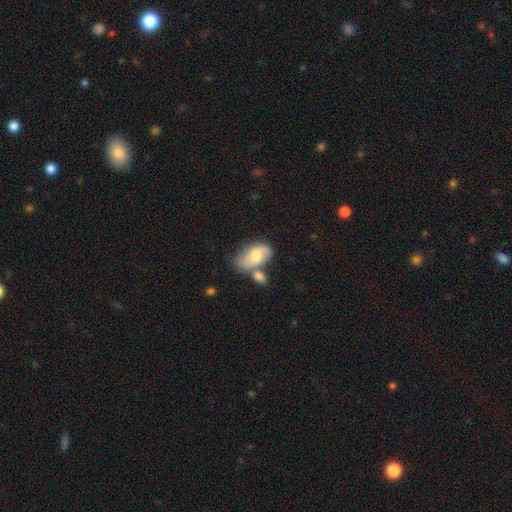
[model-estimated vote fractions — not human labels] Smooth or featured? smooth (54%)
How rounded? in between (92%)
Merging? none (41%)